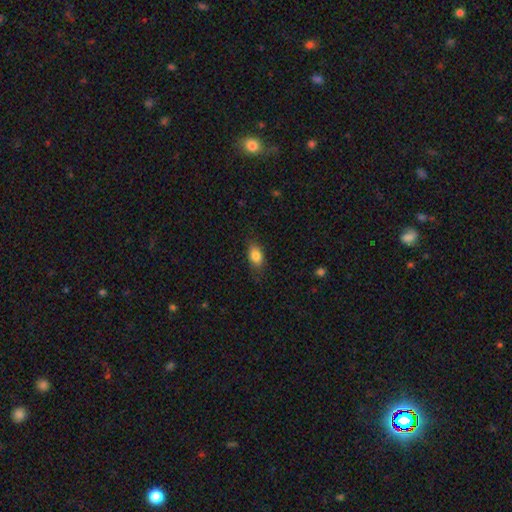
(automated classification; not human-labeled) Smooth or featured? Predicted: smooth (p=0.83). How rounded? Predicted: in between (p=0.84). Merging? Predicted: none (p=0.80).